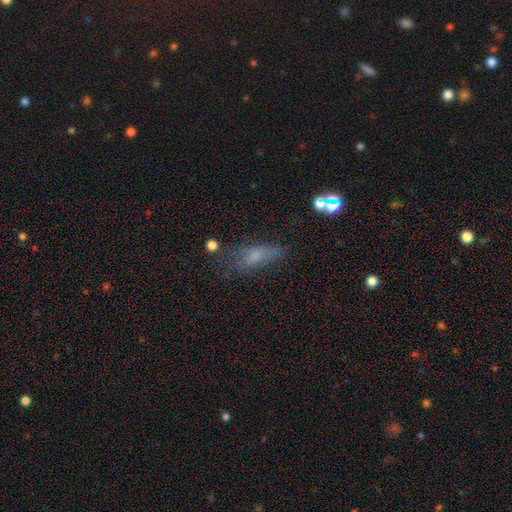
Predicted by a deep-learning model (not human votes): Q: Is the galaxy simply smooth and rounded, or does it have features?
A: smooth — 57%.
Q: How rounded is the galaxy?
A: in between — 62%.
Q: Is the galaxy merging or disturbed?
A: none — 44%.